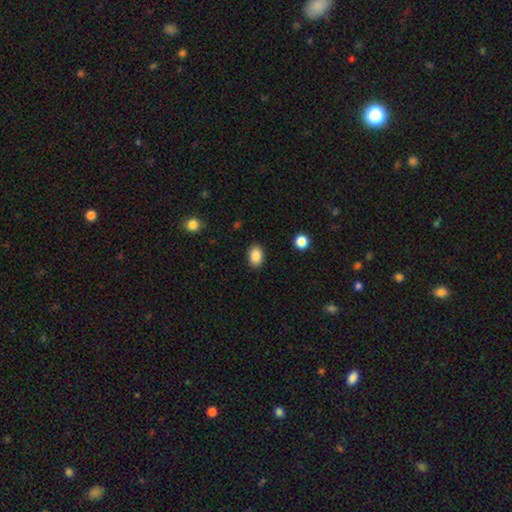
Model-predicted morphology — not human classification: The model was most divided on "how rounded": in between: 76%, round: 23%, cigar-shaped: 1%. More confident: merging — none (89%); smooth or featured — smooth (88%).